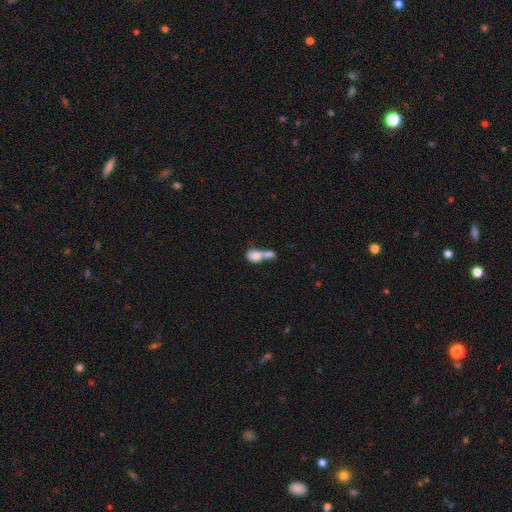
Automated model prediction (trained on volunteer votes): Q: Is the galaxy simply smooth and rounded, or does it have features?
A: smooth — 76%.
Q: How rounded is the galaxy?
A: in between — 67%.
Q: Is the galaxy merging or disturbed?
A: merger — 75%.